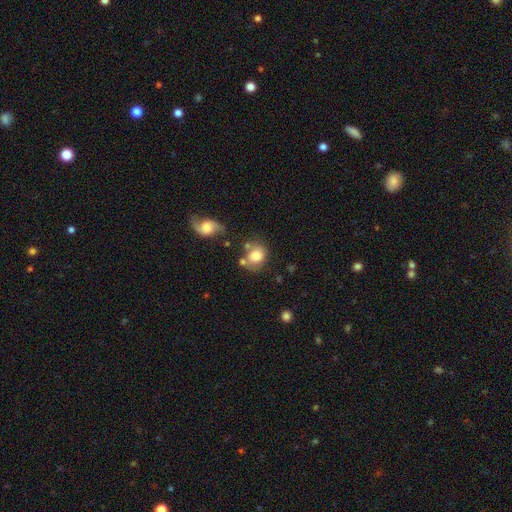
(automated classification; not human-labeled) smooth 77%, featured or disk 14%, star or artifact 9%. Down the decision tree: how rounded — round (63%); merging — none (52%).